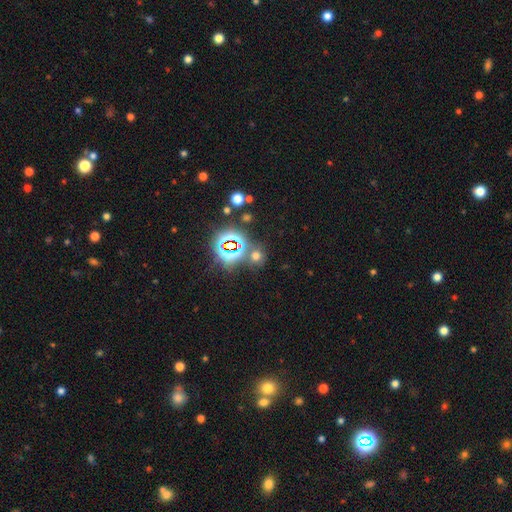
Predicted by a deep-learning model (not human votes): Q: Smooth or featured?
A: smooth (47%); runner-up: star or artifact (45%)
Q: Merging?
A: none (72%); runner-up: merger (13%)